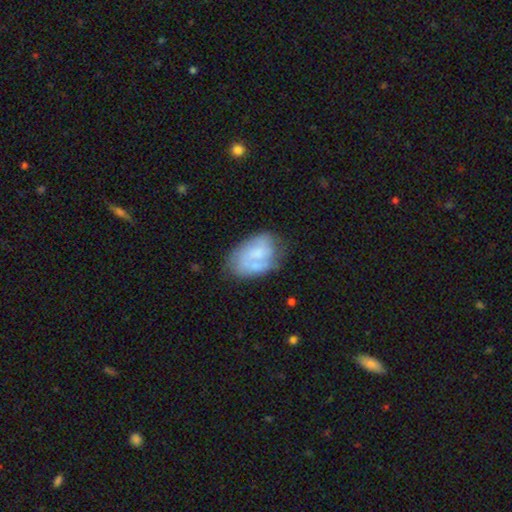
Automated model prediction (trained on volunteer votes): The model was most divided on "bulge size": small: 36%, none: 29%, moderate: 28%, large: 5%, dominant: 2%. More confident: edge-on disk — no (97%); bar — no (66%); spiral arms — yes (60%); smooth or featured — featured or disk (52%); merging — none (50%).